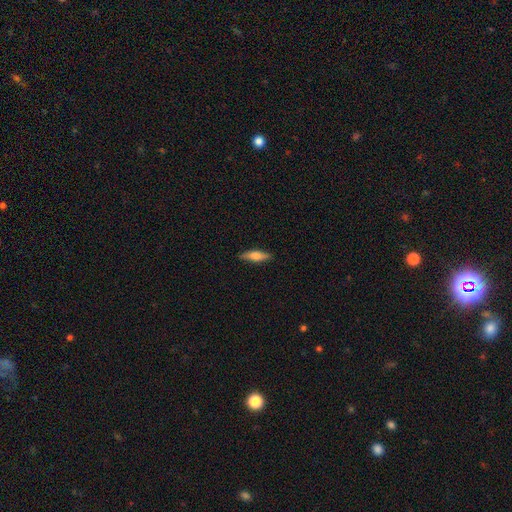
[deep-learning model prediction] Q: Smooth or featured?
A: smooth (63%); runner-up: featured or disk (31%)
Q: How rounded?
A: cigar-shaped (62%); runner-up: in between (35%)
Q: Merging?
A: none (87%); runner-up: minor disturbance (10%)